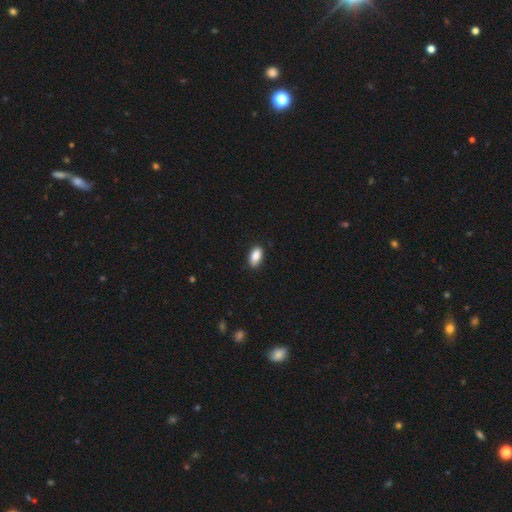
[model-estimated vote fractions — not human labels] This appears to be a smooth galaxy with no disk features (88%) that is in between round and cigar-shaped (92%). Merging: none (84%).